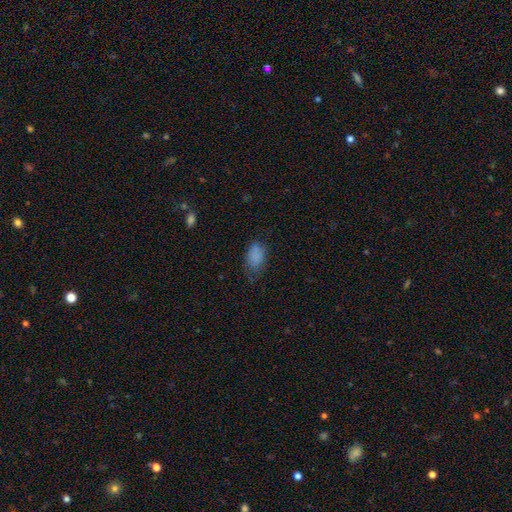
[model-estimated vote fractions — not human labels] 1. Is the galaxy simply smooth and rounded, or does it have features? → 81% smooth, 11% star or artifact, 8% featured or disk.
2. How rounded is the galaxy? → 89% in between, 9% round, 2% cigar-shaped.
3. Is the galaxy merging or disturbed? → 54% none, 31% minor disturbance, 13% major disturbance, 2% merger.